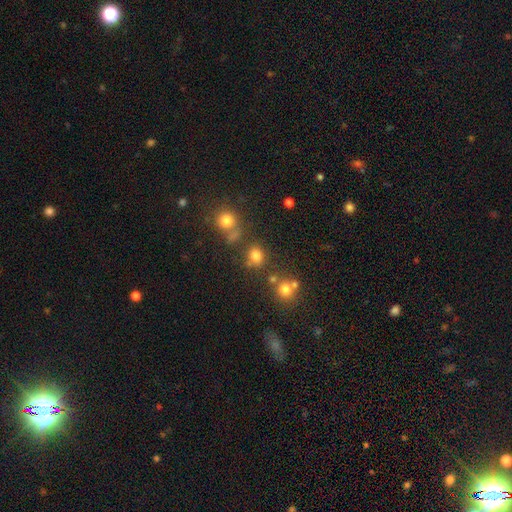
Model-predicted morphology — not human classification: smooth_or_featured: smooth (p=0.76) [alt: star or artifact p=0.17]
how_rounded: round (p=0.68) [alt: in between p=0.31]
merging: none (p=0.70) [alt: merger p=0.13]